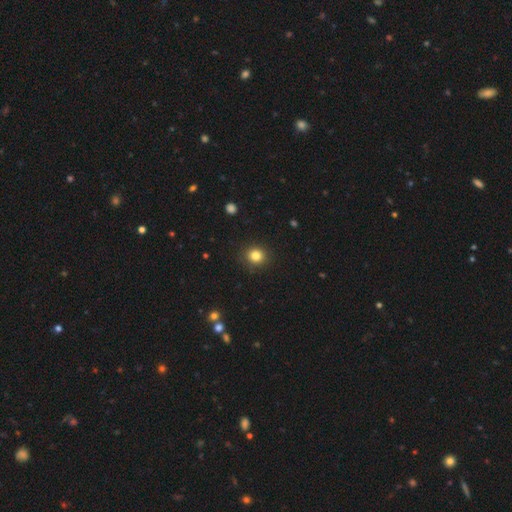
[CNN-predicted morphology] Smooth or featured: smooth — 83% (star or artifact — 12%)
How rounded: round — 87% (in between — 13%)
Merging: none — 90% (minor disturbance — 7%)